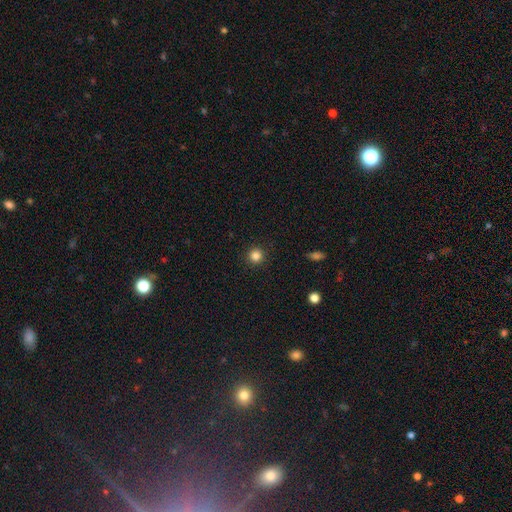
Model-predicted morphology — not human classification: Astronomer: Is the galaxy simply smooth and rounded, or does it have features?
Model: smooth — 84%.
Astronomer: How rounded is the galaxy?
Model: round — 95%.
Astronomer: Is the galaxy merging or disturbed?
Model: none — 92%.